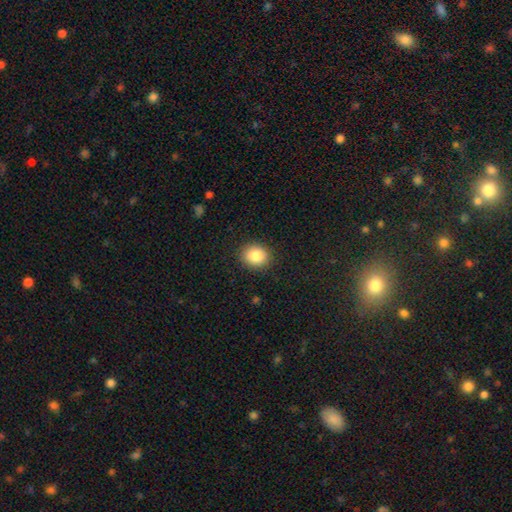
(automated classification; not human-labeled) Smooth or featured? Predicted: smooth (p=0.85). How rounded? Predicted: round (p=0.68). Merging? Predicted: none (p=0.90).